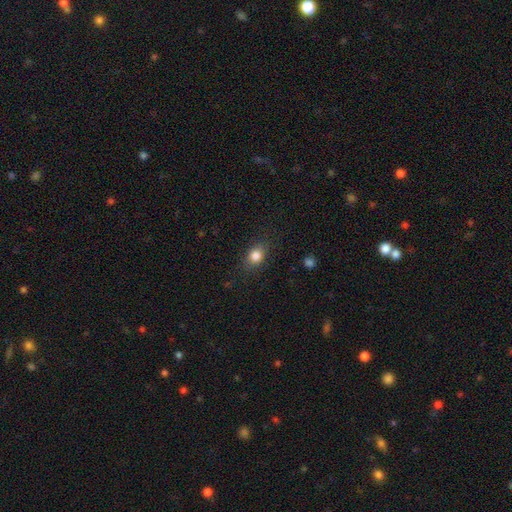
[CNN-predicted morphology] A smooth galaxy with no disk features (83%) that is in between round and cigar-shaped (57%).

Vote fractions:
- Smooth or featured? smooth: 83% / star or artifact: 10% / featured or disk: 7%
- How rounded? in between: 57% / round: 41% / cigar-shaped: 2%
- Merging? none: 82% / minor disturbance: 13% / major disturbance: 4% / merger: 1%